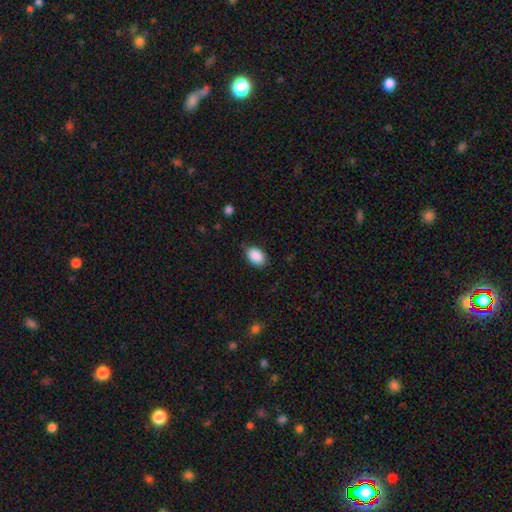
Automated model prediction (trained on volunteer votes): This appears to be a smooth galaxy with no disk features (90%) that is in between round and cigar-shaped (89%). Merging: none (80%).